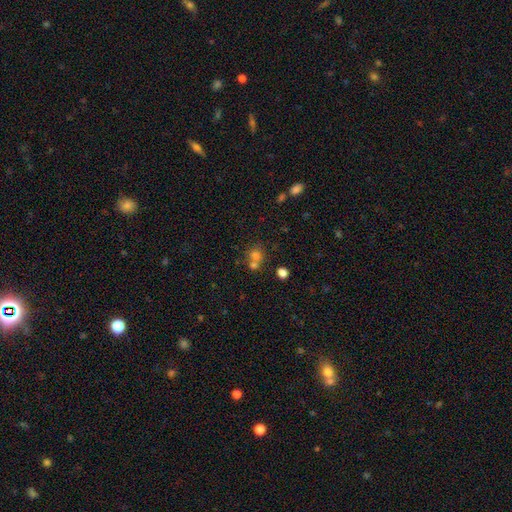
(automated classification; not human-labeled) Smooth or featured?
  - smooth: 71% *
  - star or artifact: 17%
  - featured or disk: 12%
How rounded?
  - round: 75% *
  - in between: 24%
  - cigar-shaped: 1%
Merging?
  - merger: 49% *
  - none: 41%
  - minor disturbance: 7%
  - major disturbance: 4%